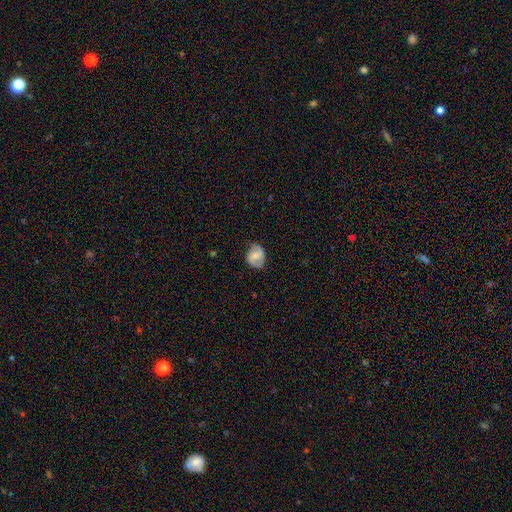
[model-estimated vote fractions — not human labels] A featured or disk galaxy (57%) with a weak bar (50%), spiral arms (87%) and a small central bulge (47%).

Vote fractions:
- Smooth or featured? featured or disk: 57% / smooth: 36% / star or artifact: 7%
- Edge-on disk? no: 97% / yes: 3%
- Bar? weak: 50% / no: 30% / strong: 21%
- Spiral arms? yes: 87% / no: 13%
- Bulge size? small: 47% / moderate: 39% / none: 11% / large: 3% / dominant: 1%
- Merging? none: 74% / minor disturbance: 20% / major disturbance: 5% / merger: 1%